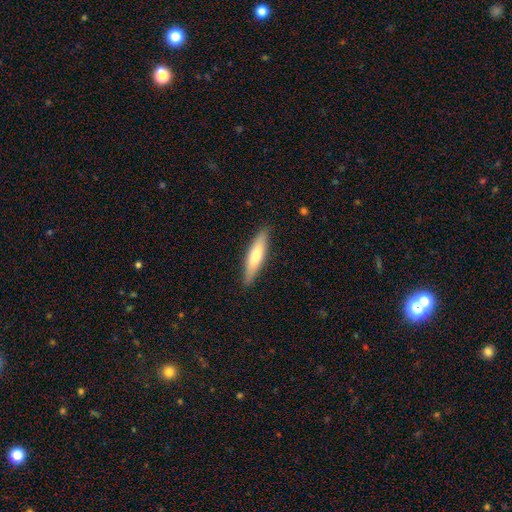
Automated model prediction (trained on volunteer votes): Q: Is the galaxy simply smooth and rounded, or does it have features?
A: smooth — 59%.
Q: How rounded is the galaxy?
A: cigar-shaped — 76%.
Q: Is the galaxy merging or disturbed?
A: none — 88%.